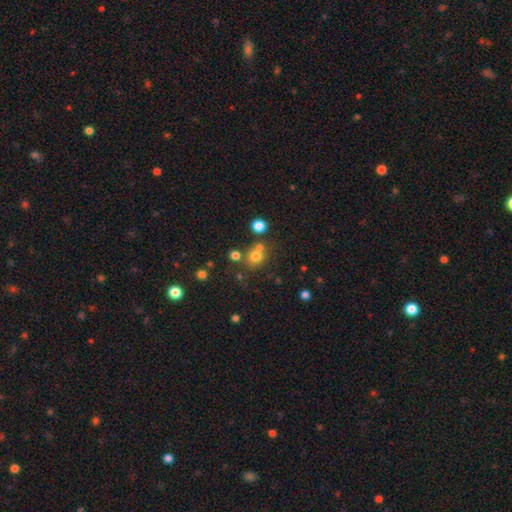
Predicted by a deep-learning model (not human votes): A smooth galaxy with no disk features (72%) that is round (82%). Merging: none (60%).